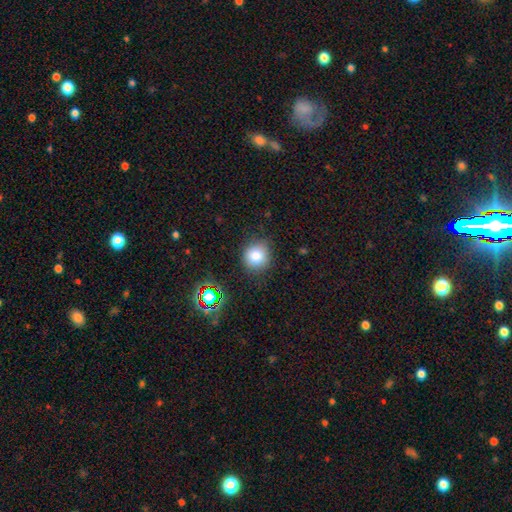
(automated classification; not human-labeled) Smooth or featured: smooth — 81% (star or artifact — 13%)
How rounded: round — 86% (in between — 13%)
Merging: none — 82% (minor disturbance — 13%)